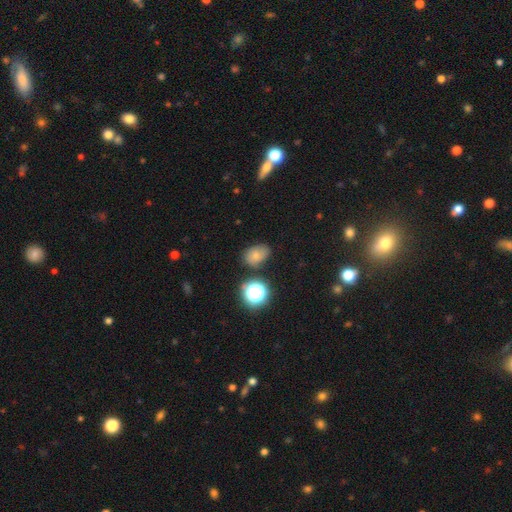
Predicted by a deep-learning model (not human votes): smooth-or-featured: smooth: 70% | star or artifact: 18% | featured or disk: 13%
  how-rounded: in between: 68% | round: 31% | cigar-shaped: 1%
  merging: none: 70% | minor disturbance: 21% | major disturbance: 5% | merger: 4%